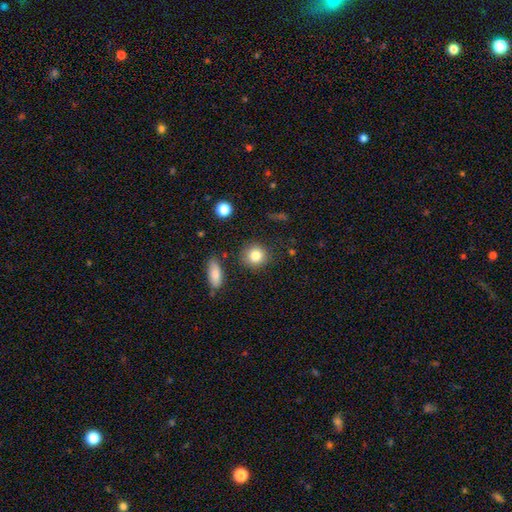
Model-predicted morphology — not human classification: Smooth or featured: smooth — 83% (star or artifact — 9%)
How rounded: round — 87% (in between — 12%)
Merging: none — 85% (minor disturbance — 9%)